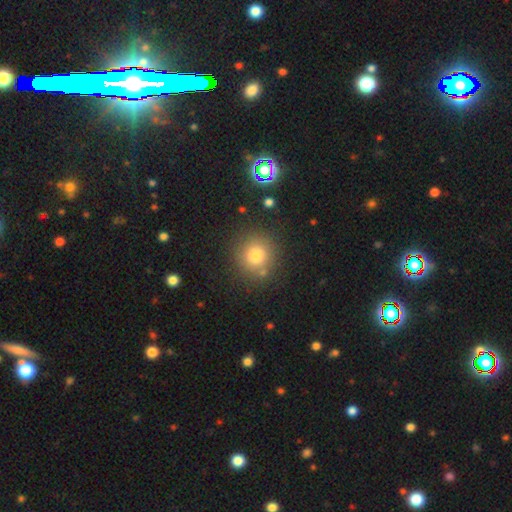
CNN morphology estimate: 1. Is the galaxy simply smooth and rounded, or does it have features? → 77% smooth, 15% star or artifact, 9% featured or disk.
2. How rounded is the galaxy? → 91% round, 8% in between, 1% cigar-shaped.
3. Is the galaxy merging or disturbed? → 83% none, 9% minor disturbance, 5% merger, 3% major disturbance.